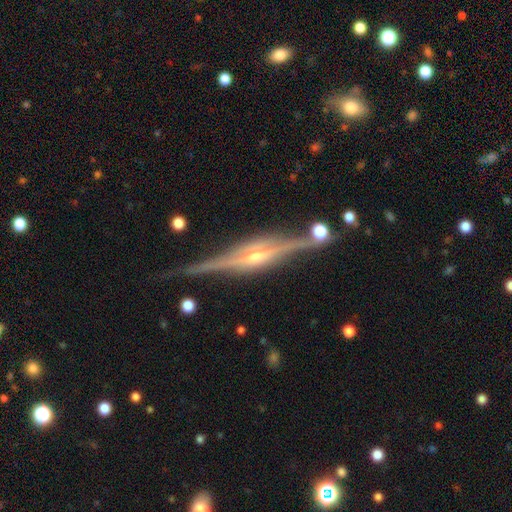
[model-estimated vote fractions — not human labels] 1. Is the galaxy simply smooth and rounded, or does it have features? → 90% featured or disk, 5% star or artifact, 5% smooth.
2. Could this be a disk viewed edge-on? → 97% yes, 3% no.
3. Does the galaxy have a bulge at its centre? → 79% rounded, 15% boxy, 6% none.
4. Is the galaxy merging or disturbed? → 83% none, 11% minor disturbance, 3% merger, 3% major disturbance.